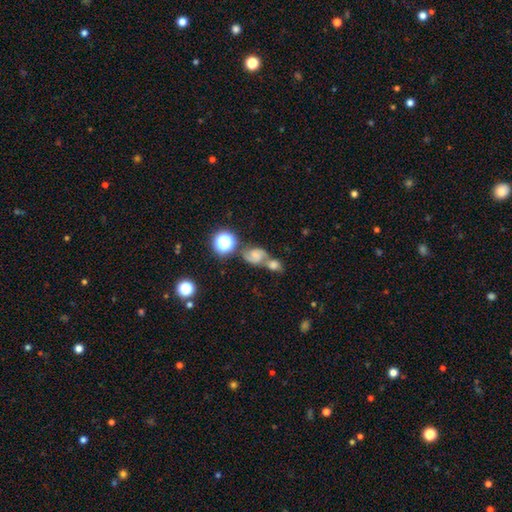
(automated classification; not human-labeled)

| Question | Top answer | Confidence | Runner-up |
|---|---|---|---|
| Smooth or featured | featured or disk | 50% | smooth (33%) |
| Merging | merger | 54% | none (28%) |